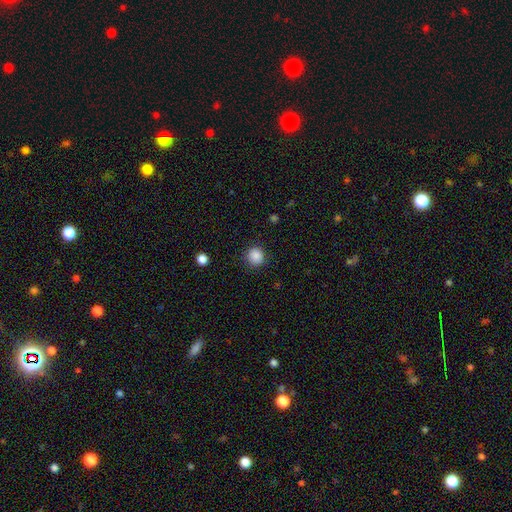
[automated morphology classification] Overall: smooth (87%). How rounded: round (92%). Merging: none (87%).